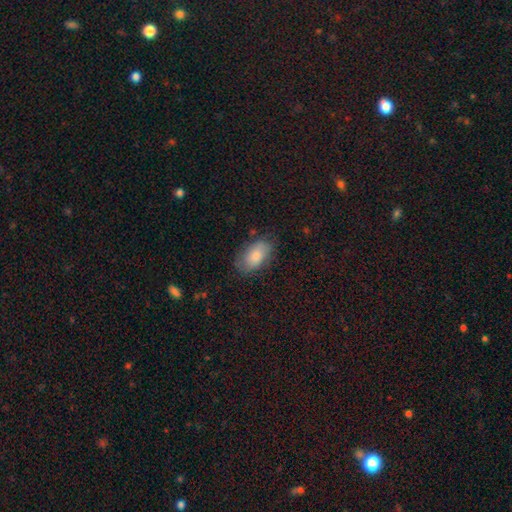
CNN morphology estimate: A smooth galaxy with no disk features (80%) that is in between round and cigar-shaped (93%).

Vote fractions:
- Smooth or featured? smooth: 80% / featured or disk: 13% / star or artifact: 7%
- How rounded? in between: 93% / round: 5% / cigar-shaped: 2%
- Merging? none: 74% / minor disturbance: 19% / major disturbance: 5% / merger: 1%